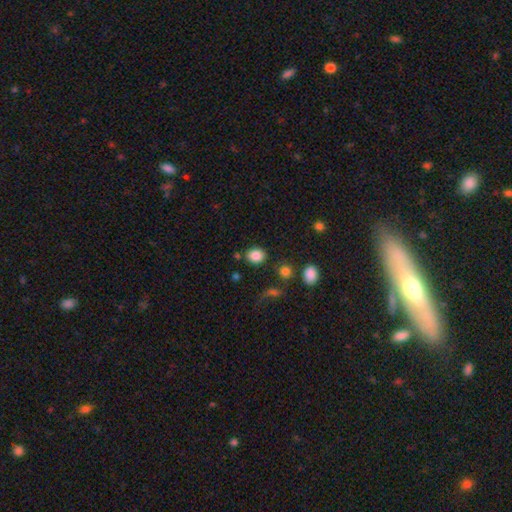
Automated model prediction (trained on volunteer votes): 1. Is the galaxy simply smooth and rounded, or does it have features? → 86% smooth, 9% star or artifact, 5% featured or disk.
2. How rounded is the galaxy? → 56% round, 43% in between, 1% cigar-shaped.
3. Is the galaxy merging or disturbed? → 80% none, 10% minor disturbance, 5% merger, 4% major disturbance.